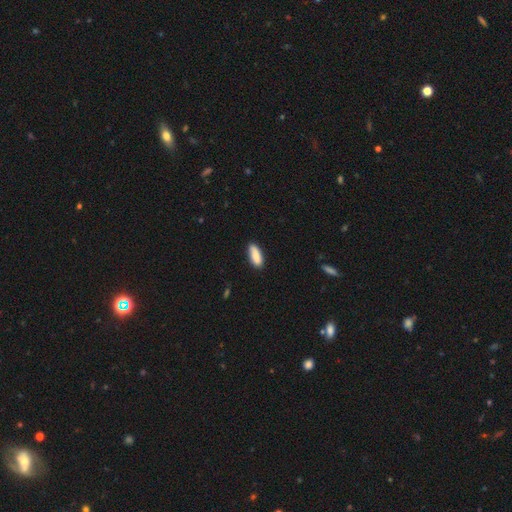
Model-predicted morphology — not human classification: Overall: smooth (88%). How rounded: in between (71%). Merging: none (82%).